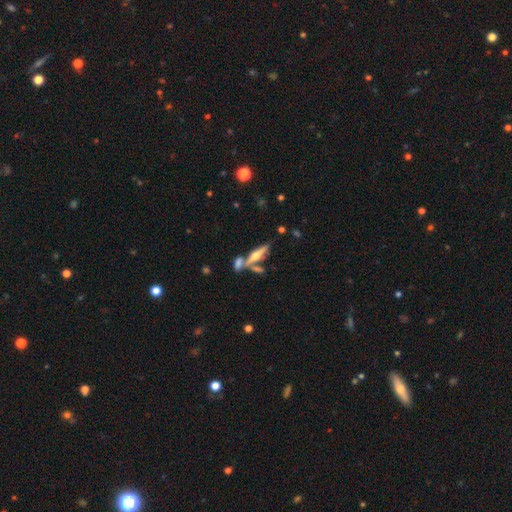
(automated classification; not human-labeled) Smooth or featured? Predicted: featured or disk (p=0.67). Edge-on disk? Predicted: yes (p=0.93). Edge-on bulge? Predicted: rounded (p=0.92). Merging? Predicted: none (p=0.56).